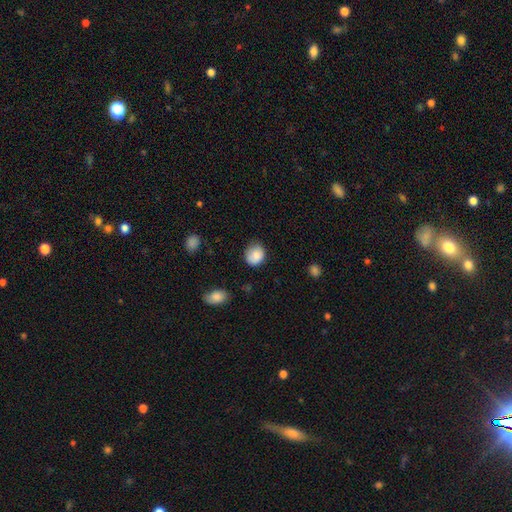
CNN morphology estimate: smooth-or-featured: smooth: 85% | star or artifact: 8% | featured or disk: 7%
  how-rounded: round: 69% | in between: 30% | cigar-shaped: 1%
  merging: none: 69% | minor disturbance: 25% | major disturbance: 5% | merger: 2%